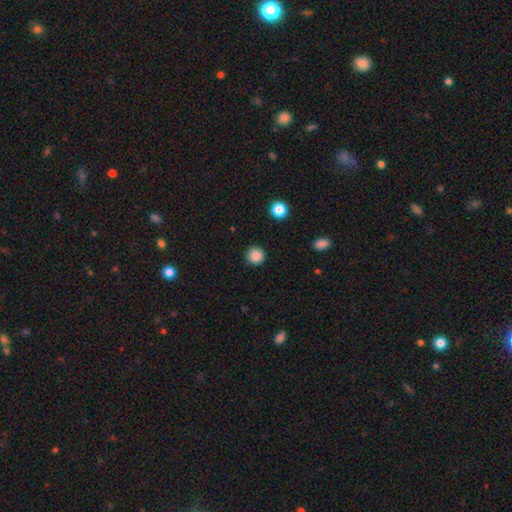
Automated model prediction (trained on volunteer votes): Smooth or featured? smooth (86%)
How rounded? round (94%)
Merging? none (90%)